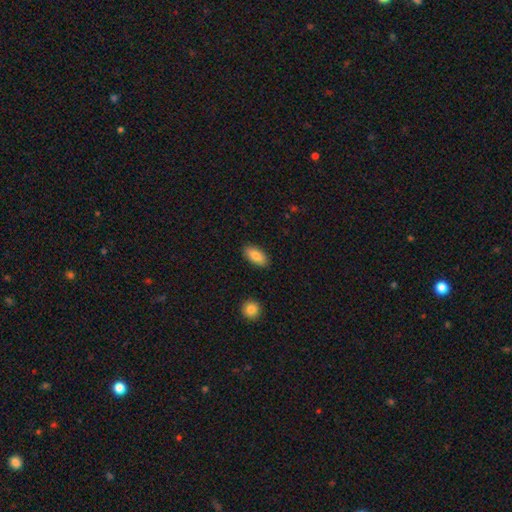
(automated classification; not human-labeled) Smooth or featured: smooth — 83% (featured or disk — 11%)
How rounded: in between — 89% (cigar-shaped — 9%)
Merging: none — 88% (minor disturbance — 9%)